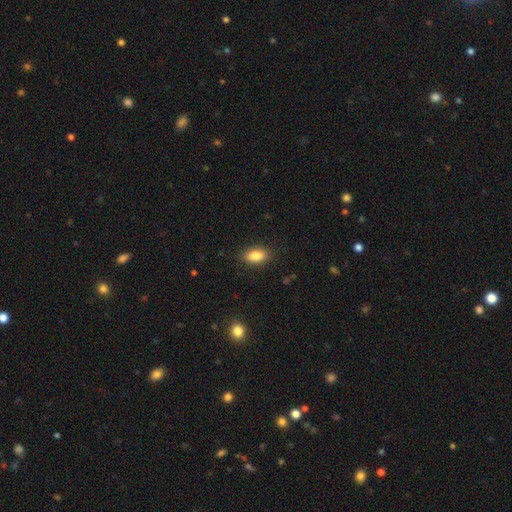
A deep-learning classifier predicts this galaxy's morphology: This is clearly a smooth galaxy (85%). How rounded: clearly in between (89%). Merging: clearly none (88%).